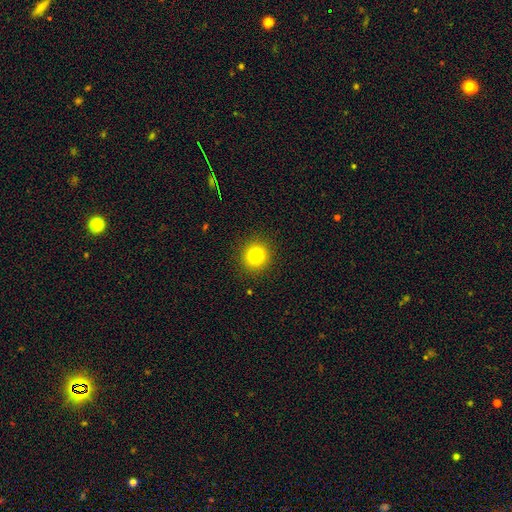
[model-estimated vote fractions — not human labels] Smooth or featured? smooth (80%)
How rounded? round (92%)
Merging? none (91%)